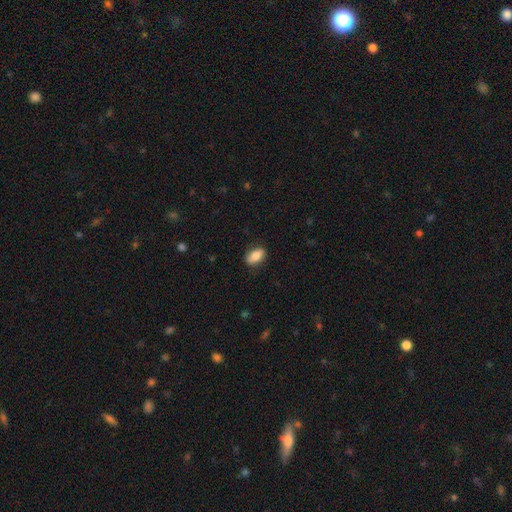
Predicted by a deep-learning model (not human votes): A smooth galaxy with no disk features (82%) that is in between round and cigar-shaped (89%). Merging: none (82%).